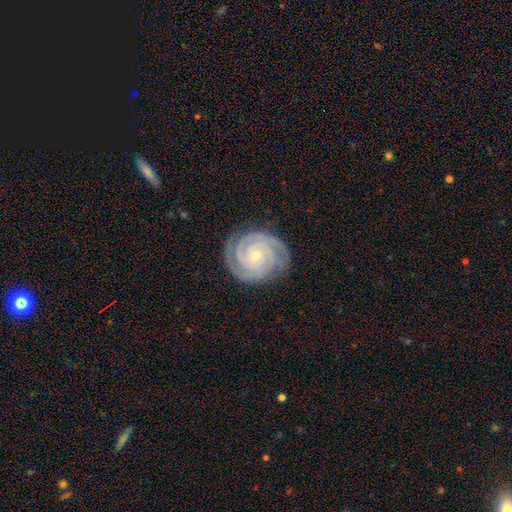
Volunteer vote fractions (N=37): This appears to be a featured or disk galaxy (95%) with no bar (76%), 2 (79%) tight (91%) spiral arms (100%) and a small central bulge (74%). Merging: none (72%).